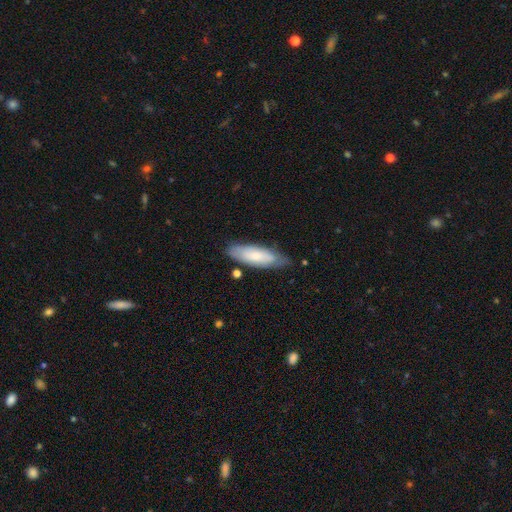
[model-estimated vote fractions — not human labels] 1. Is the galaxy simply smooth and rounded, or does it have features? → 68% smooth, 26% featured or disk, 6% star or artifact.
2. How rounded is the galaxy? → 54% in between, 44% cigar-shaped, 1% round.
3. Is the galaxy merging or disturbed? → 72% none, 21% minor disturbance, 4% major disturbance, 3% merger.